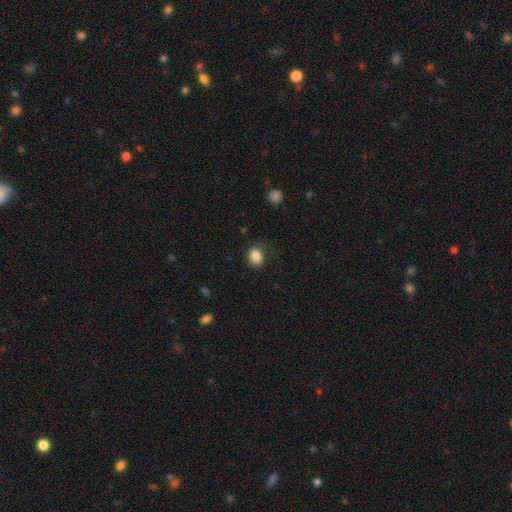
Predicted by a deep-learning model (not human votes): The model was most divided on "how rounded": in between: 58%, round: 41%, cigar-shaped: 1%. More confident: smooth or featured — smooth (85%); merging — none (71%).